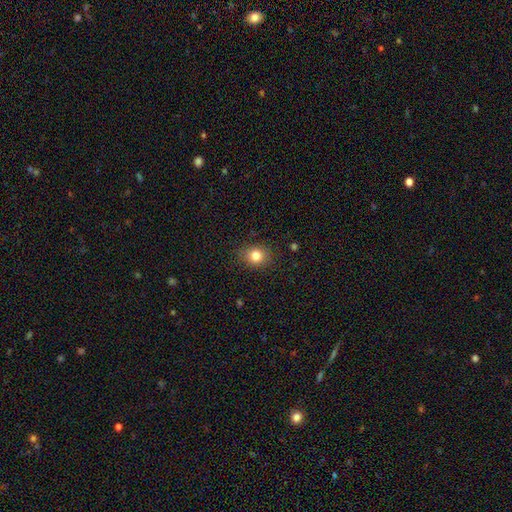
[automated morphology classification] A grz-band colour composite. It shows a smooth galaxy with no disk features (82%) that is round (62%). Merging: none (85%).